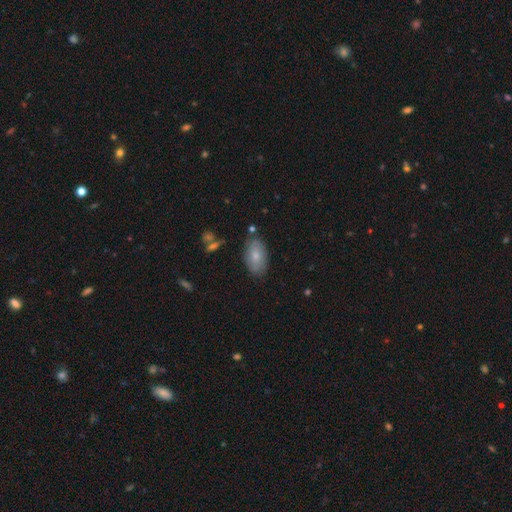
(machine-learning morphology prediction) smooth 76%, featured or disk 17%, star or artifact 7%. Down the decision tree: how rounded — in between (94%); merging — none (80%).